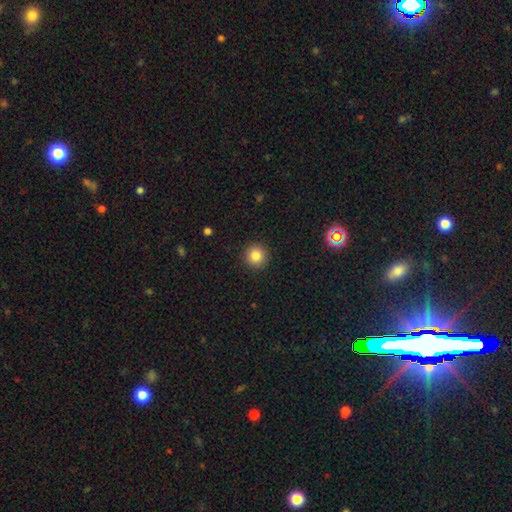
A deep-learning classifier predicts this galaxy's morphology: The model was most divided on "smooth or featured": smooth: 83%, star or artifact: 11%, featured or disk: 6%. More confident: how rounded — round (95%); merging — none (92%).